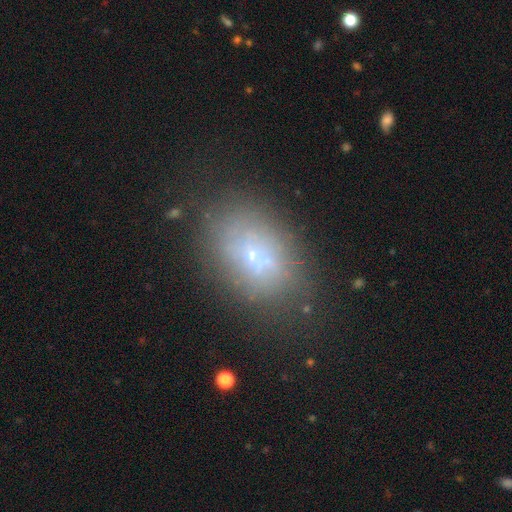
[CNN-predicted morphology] Q: Smooth or featured?
A: smooth (48%); runner-up: featured or disk (33%)
Q: Merging?
A: none (62%); runner-up: minor disturbance (20%)